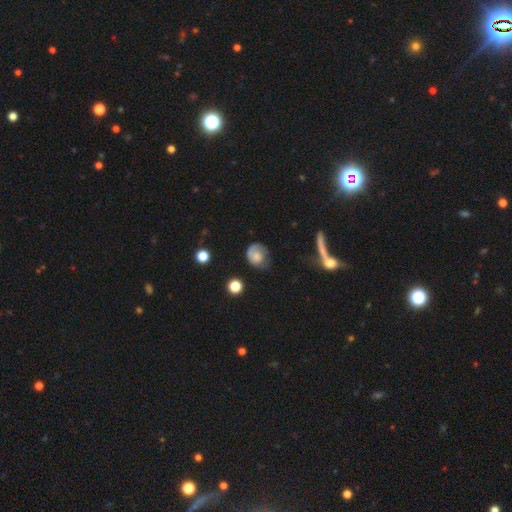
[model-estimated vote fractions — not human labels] A smooth galaxy with no disk features (54%) that is round (66%). Merging: none (48%).